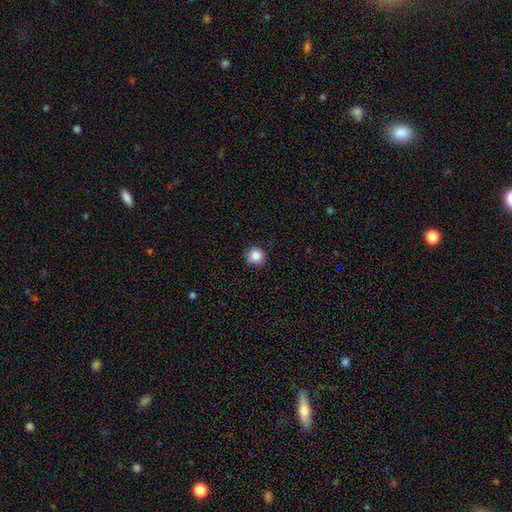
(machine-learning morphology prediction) Smooth or featured? smooth (85%)
How rounded? round (93%)
Merging? none (87%)